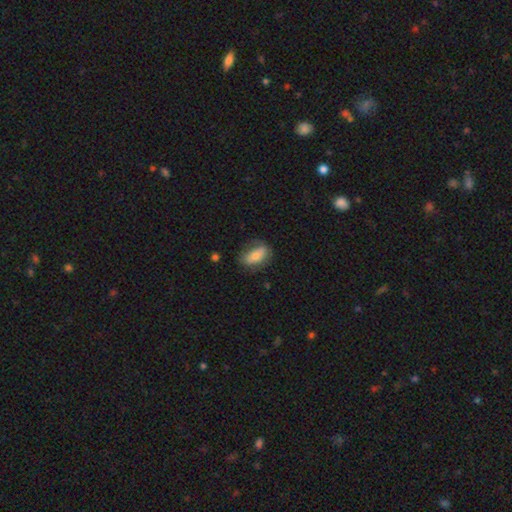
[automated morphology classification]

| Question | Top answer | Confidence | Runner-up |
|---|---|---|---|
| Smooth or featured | smooth | 68% | featured or disk (25%) |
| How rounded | in between | 87% | round (8%) |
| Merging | none | 66% | minor disturbance (23%) |